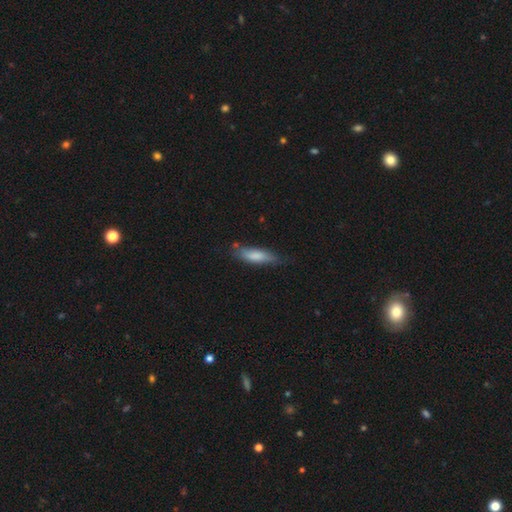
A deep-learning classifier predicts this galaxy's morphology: Smooth or featured? Predicted: smooth (p=0.77). How rounded? Predicted: cigar-shaped (p=0.55). Merging? Predicted: none (p=0.61).